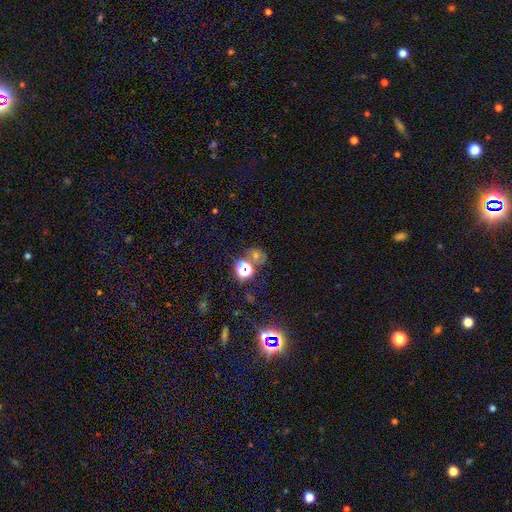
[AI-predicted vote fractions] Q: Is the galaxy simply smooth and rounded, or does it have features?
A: star or artifact — 55%.